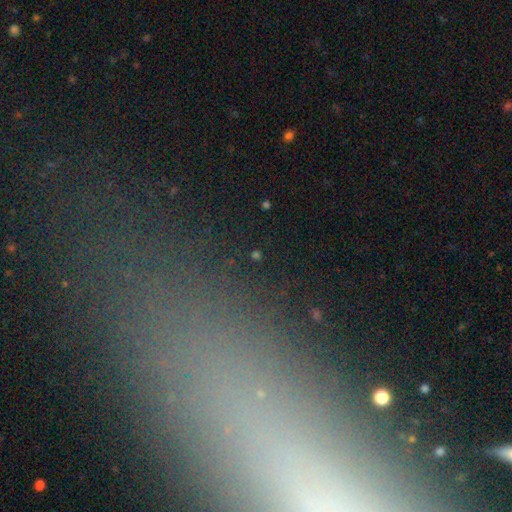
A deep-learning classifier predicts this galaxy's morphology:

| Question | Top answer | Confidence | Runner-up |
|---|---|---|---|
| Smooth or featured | star or artifact | 62% | smooth (25%) |